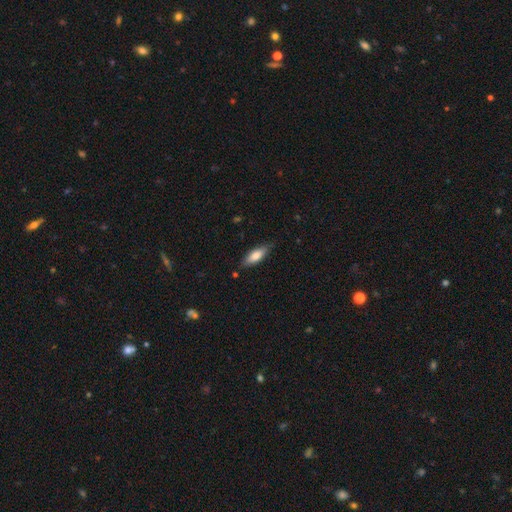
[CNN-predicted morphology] smooth_or_featured: smooth (p=0.76) [alt: featured or disk p=0.18]
how_rounded: in between (p=0.62) [alt: cigar-shaped p=0.36]
merging: none (p=0.79) [alt: minor disturbance p=0.16]